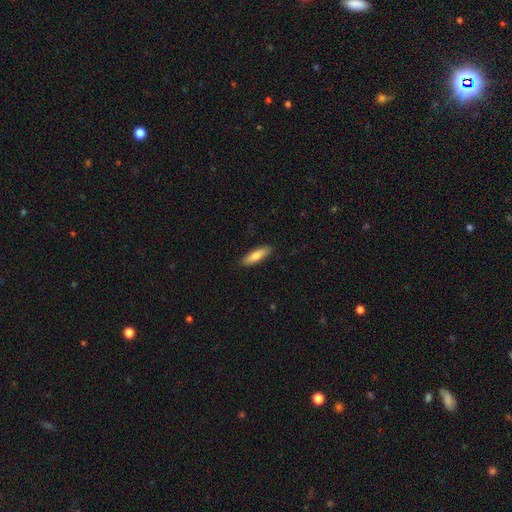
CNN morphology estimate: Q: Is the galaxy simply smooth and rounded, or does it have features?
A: smooth — 80%.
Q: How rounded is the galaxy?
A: cigar-shaped — 56%.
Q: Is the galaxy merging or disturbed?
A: none — 89%.